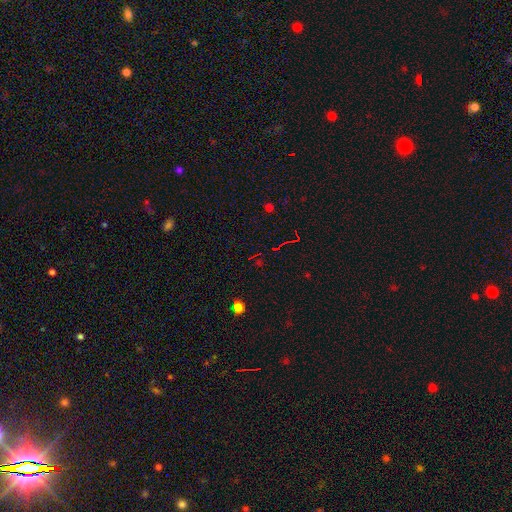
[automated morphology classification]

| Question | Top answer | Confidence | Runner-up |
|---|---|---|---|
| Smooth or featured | star or artifact | 71% | smooth (18%) |